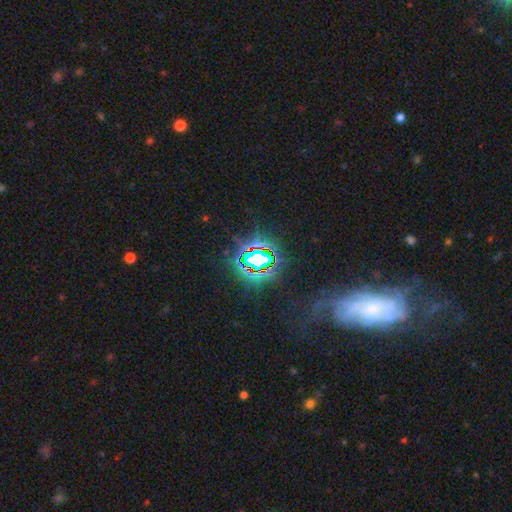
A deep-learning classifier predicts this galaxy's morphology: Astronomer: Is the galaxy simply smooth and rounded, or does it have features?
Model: star or artifact — 68%.